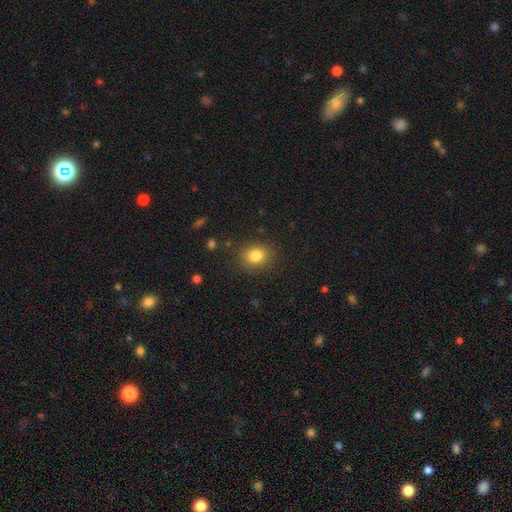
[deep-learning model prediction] A smooth galaxy with no disk features (82%) that is round (63%). Merging: none (85%).